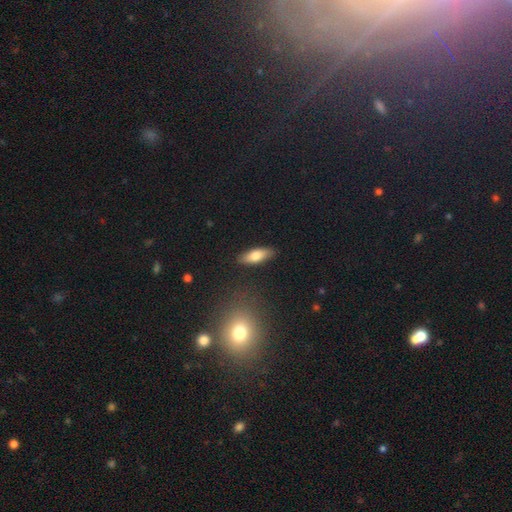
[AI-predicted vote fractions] This appears to be a smooth galaxy with no disk features (76%) that is in between round and cigar-shaped (69%). Merging: none (88%).